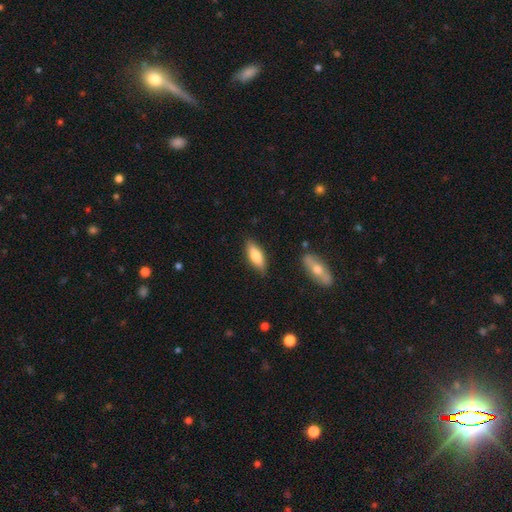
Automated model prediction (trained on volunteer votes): A smooth galaxy with no disk features (73%) that is in between round and cigar-shaped (64%). Merging: none (84%).